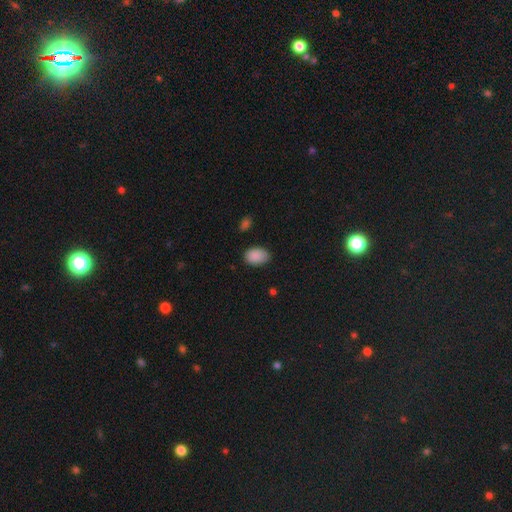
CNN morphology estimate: Smooth or featured: smooth — 89% (star or artifact — 8%)
How rounded: in between — 85% (round — 14%)
Merging: none — 77% (minor disturbance — 18%)